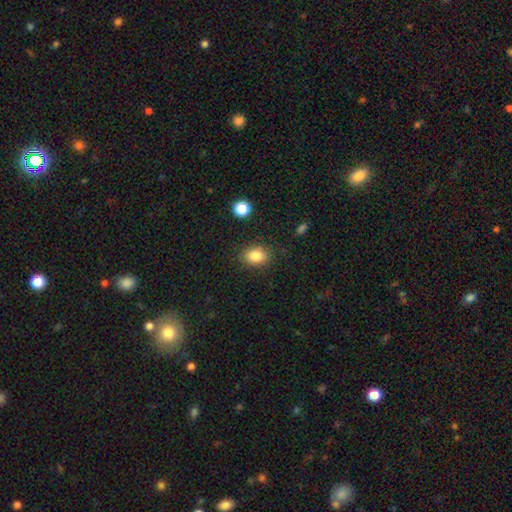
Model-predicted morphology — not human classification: A smooth galaxy with no disk features (84%) that is in between round and cigar-shaped (70%).

Vote fractions:
- Smooth or featured? smooth: 84% / star or artifact: 9% / featured or disk: 6%
- How rounded? in between: 70% / round: 29% / cigar-shaped: 1%
- Merging? none: 85% / minor disturbance: 10% / major disturbance: 3% / merger: 2%